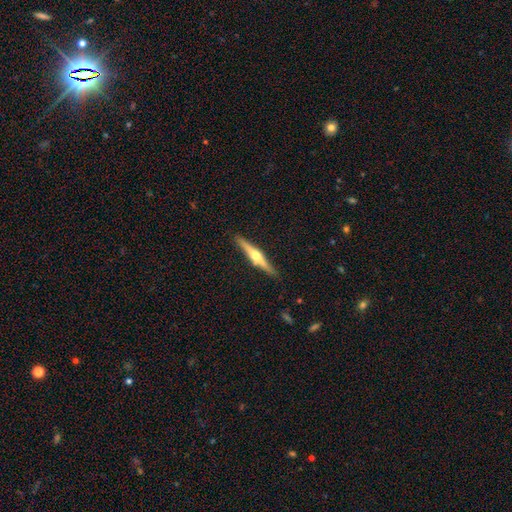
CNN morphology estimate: Smooth or featured? featured or disk (72%)
Edge-on disk? yes (98%)
Edge-on bulge? rounded (94%)
Merging? none (89%)